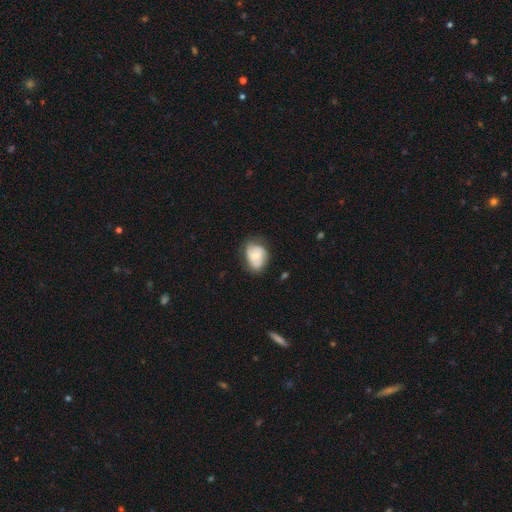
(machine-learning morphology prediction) Overall: smooth (55%; featured or disk 38%). How rounded: in between (68%; round 31%). Merging: none (59%; minor disturbance 31%).